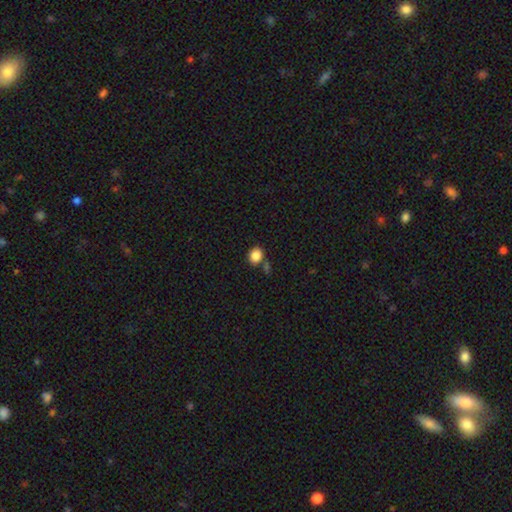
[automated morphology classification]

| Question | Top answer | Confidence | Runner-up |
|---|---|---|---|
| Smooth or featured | smooth | 86% | star or artifact (10%) |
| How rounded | round | 57% | in between (42%) |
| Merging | none | 72% | merger (13%) |